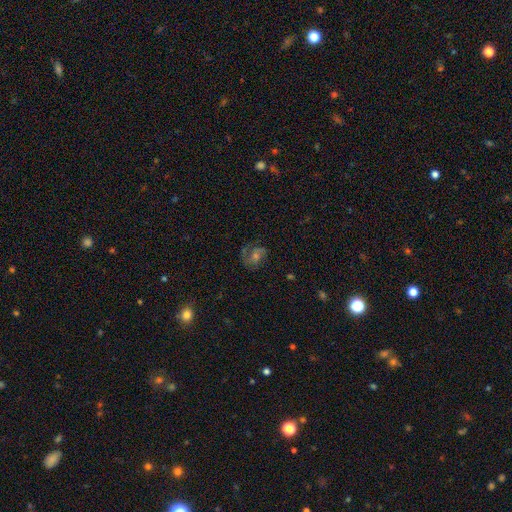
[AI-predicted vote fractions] The model was most divided on "bulge size": moderate: 49%, small: 38%, large: 6%, none: 5%, dominant: 2%. More confident: edge-on disk — no (97%); spiral arms — yes (90%); merging — none (69%); smooth or featured — featured or disk (64%); bar — no (60%); spiral arm count — 2 (60%); spiral winding — medium (50%).